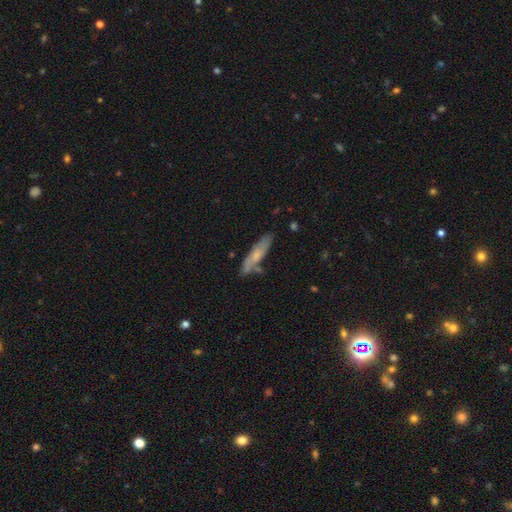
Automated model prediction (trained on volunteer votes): The model was most divided on "smooth or featured": smooth: 57%, featured or disk: 36%, star or artifact: 7%. More confident: how rounded — cigar-shaped (79%); merging — none (70%).